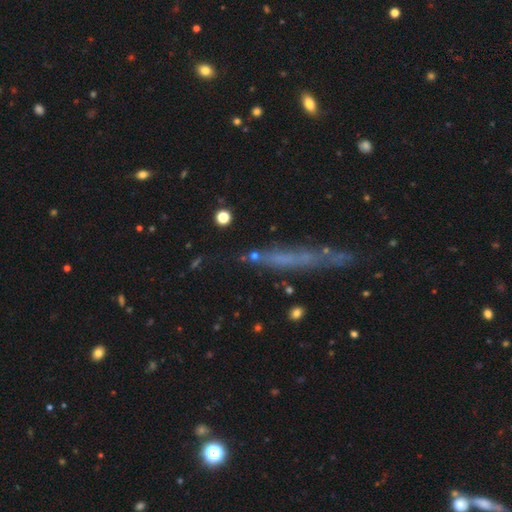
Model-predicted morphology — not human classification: A smooth galaxy with no disk features (48%).

Vote fractions:
- Smooth or featured? smooth: 48% / featured or disk: 32% / star or artifact: 20%
- Merging? none: 70% / minor disturbance: 16% / major disturbance: 7% / merger: 7%